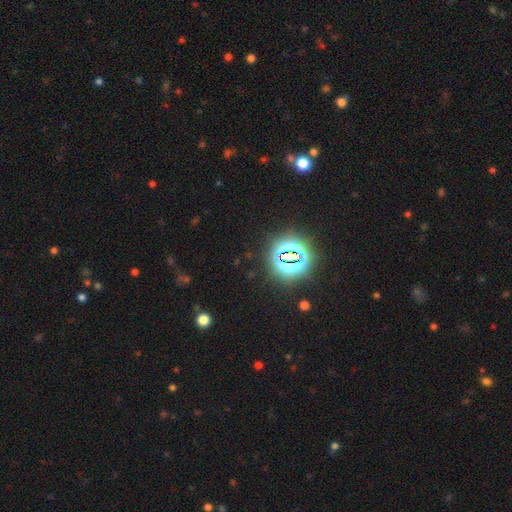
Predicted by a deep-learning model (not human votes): Smooth or featured: star or artifact — 81% (smooth — 12%)